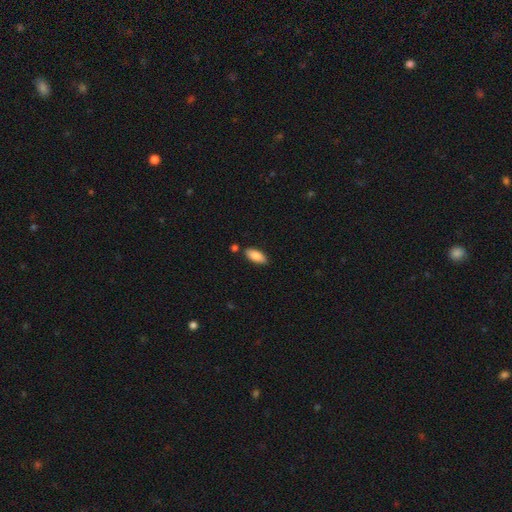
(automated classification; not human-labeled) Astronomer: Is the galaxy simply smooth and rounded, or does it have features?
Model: smooth — 88%.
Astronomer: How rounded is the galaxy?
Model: in between — 84%.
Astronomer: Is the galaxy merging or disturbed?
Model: none — 82%.